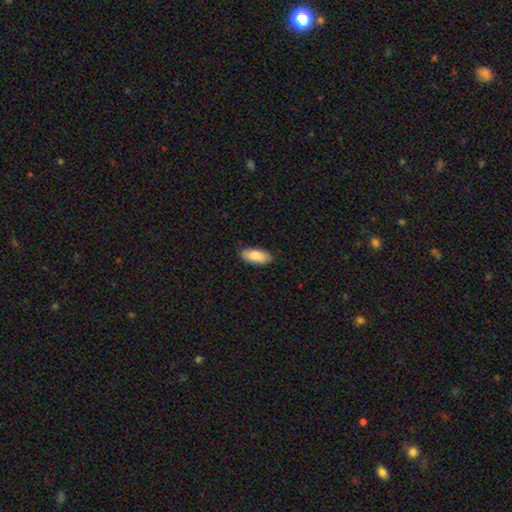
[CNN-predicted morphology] smooth-or-featured: smooth: 88% | featured or disk: 6% | star or artifact: 6%
  how-rounded: in between: 87% | cigar-shaped: 12% | round: 2%
  merging: none: 83% | minor disturbance: 14% | major disturbance: 2% | merger: 1%